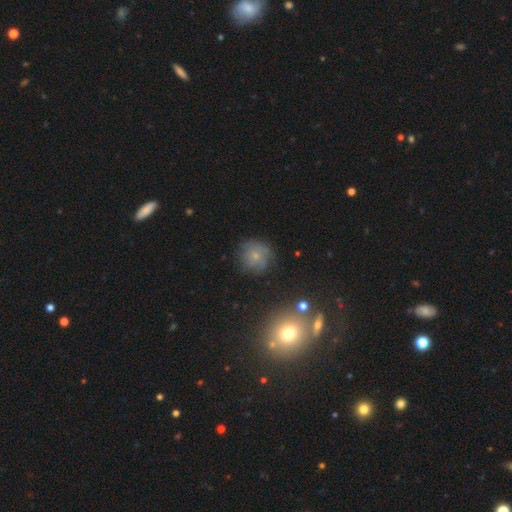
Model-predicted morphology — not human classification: smooth-or-featured: smooth: 59% | featured or disk: 26% | star or artifact: 15%
  how-rounded: round: 89% | in between: 10% | cigar-shaped: 1%
  merging: none: 70% | minor disturbance: 19% | major disturbance: 8% | merger: 3%